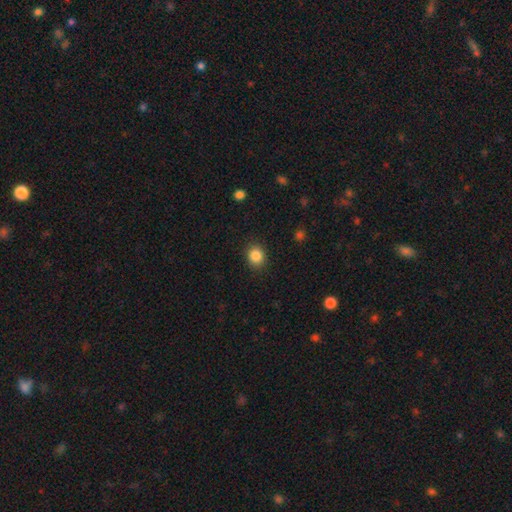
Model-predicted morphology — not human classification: smooth 86%, star or artifact 10%, featured or disk 4%. Down the decision tree: how rounded — round (73%); merging — none (89%).